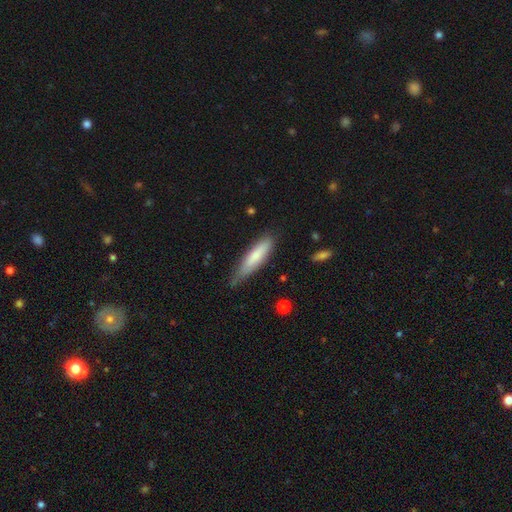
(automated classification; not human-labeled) A smooth galaxy with no disk features (72%) that is cigar-shaped (74%).

Vote fractions:
- Smooth or featured? smooth: 72% / featured or disk: 22% / star or artifact: 6%
- How rounded? cigar-shaped: 74% / in between: 24% / round: 1%
- Merging? none: 60% / minor disturbance: 32% / major disturbance: 6% / merger: 2%